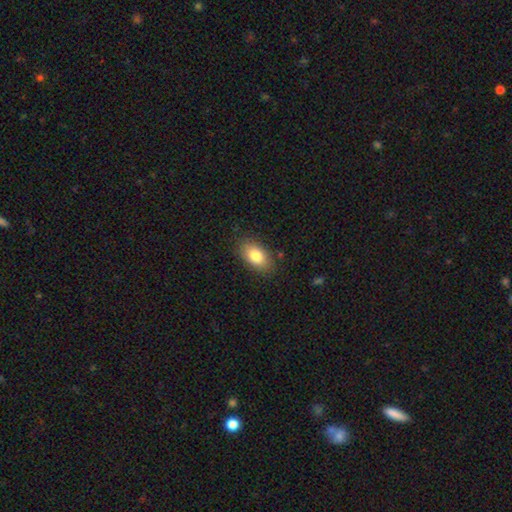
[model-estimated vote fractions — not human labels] Overall: smooth (81%). How rounded: in between (91%). Merging: none (85%).